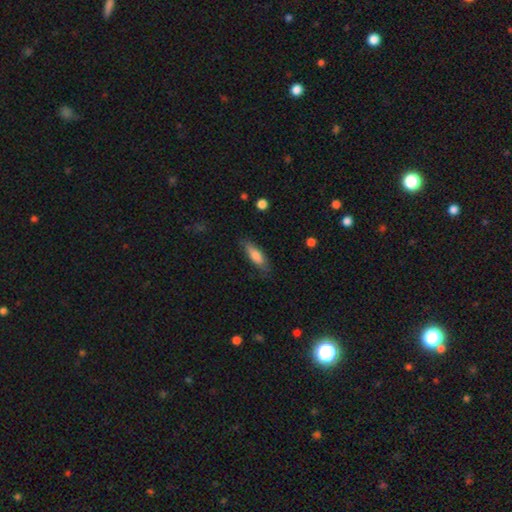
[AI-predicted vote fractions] Morphology: type=smooth (78%); roundness=in between (56%); merging=none (76%).